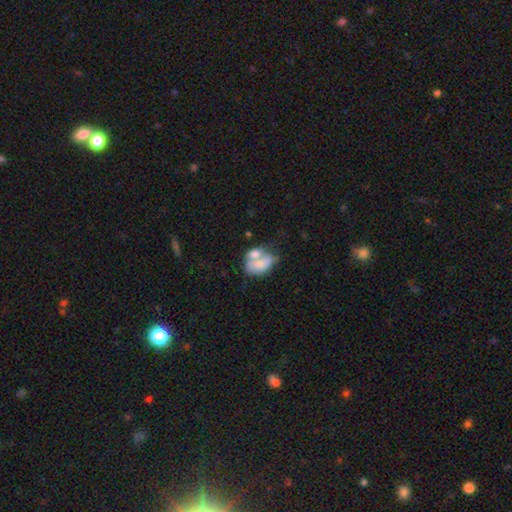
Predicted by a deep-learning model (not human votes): Smooth or featured?
  - smooth: 57% *
  - featured or disk: 34%
  - star or artifact: 9%
How rounded?
  - in between: 84% *
  - round: 14%
  - cigar-shaped: 2%
Merging?
  - merger: 54% *
  - none: 20%
  - minor disturbance: 14%
  - major disturbance: 12%